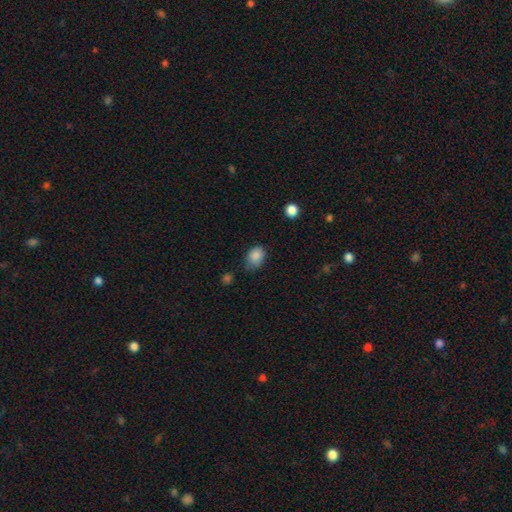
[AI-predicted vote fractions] This is clearly a smooth galaxy (86%). How rounded: likely in between (67%). Merging: likely none (63%).